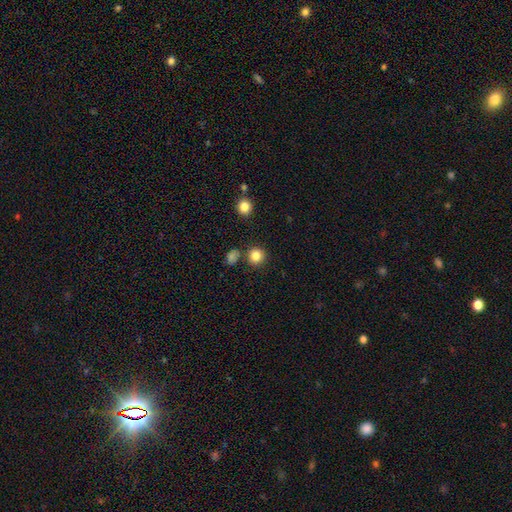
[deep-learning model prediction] This is clearly a smooth galaxy (84%). How rounded: clearly round (91%). Merging: clearly none (83%).